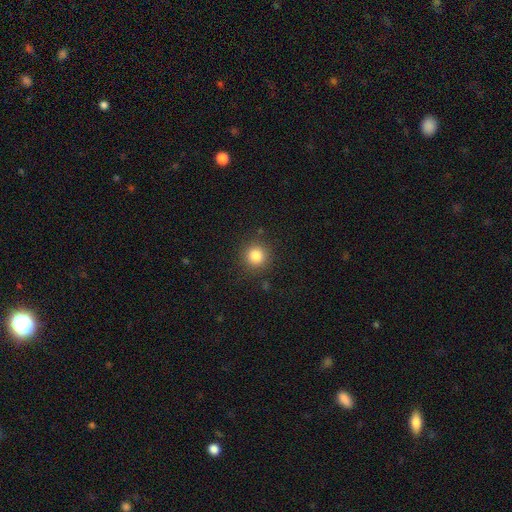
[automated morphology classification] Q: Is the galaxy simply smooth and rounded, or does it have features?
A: smooth — 84%.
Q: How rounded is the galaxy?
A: round — 94%.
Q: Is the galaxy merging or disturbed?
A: none — 89%.